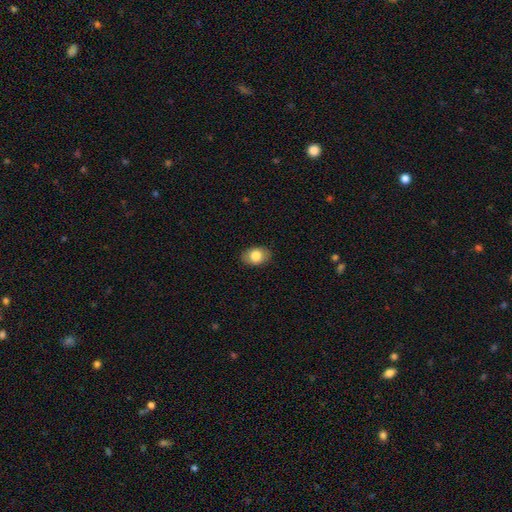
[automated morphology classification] This appears to be a smooth galaxy with no disk features (81%) that is in between round and cigar-shaped (78%). Merging: none (87%).